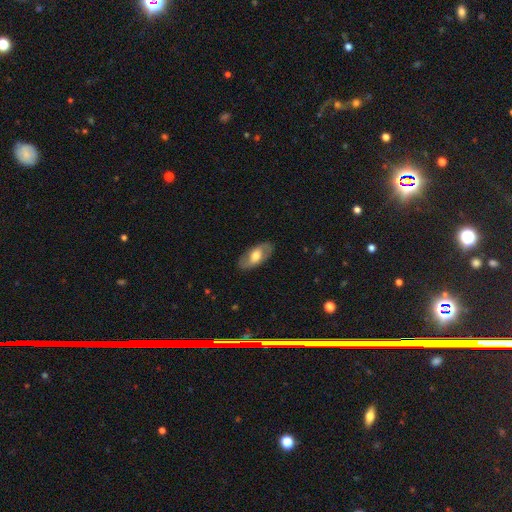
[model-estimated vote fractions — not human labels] smooth_or_featured: featured or disk (p=0.52) [alt: smooth p=0.42]
disk_edge_on: no (p=0.87) [alt: yes p=0.13]
merging: none (p=0.84) [alt: minor disturbance p=0.11]